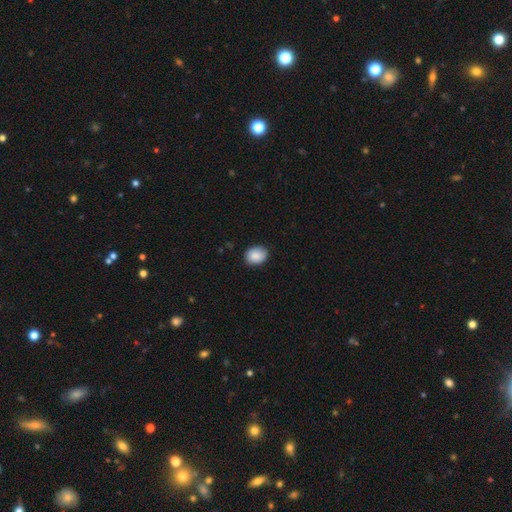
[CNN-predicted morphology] Smooth or featured? Predicted: smooth (p=0.87). How rounded? Predicted: in between (p=0.60). Merging? Predicted: none (p=0.83).